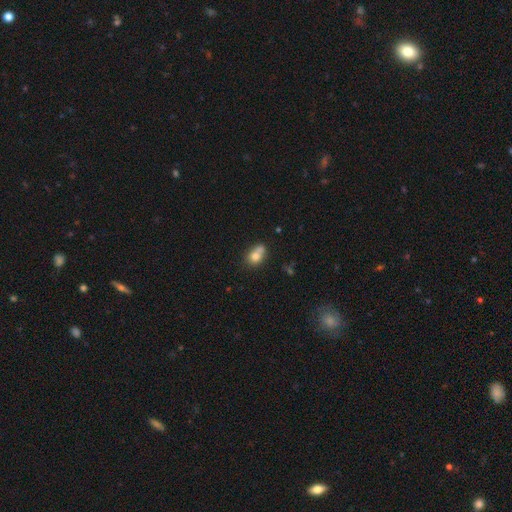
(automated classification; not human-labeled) Smooth or featured? smooth (73%)
How rounded? in between (50%)
Merging? merger (44%)